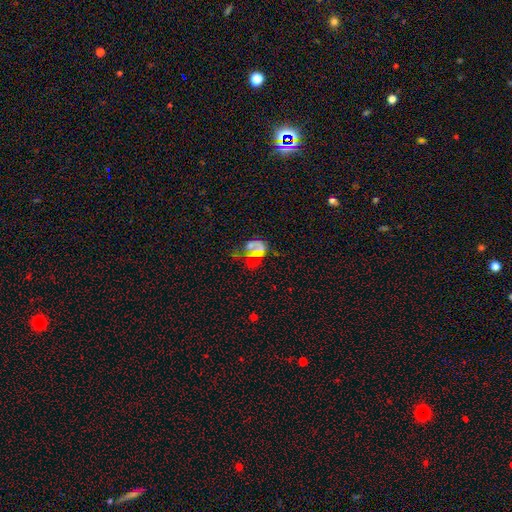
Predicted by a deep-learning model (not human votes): Smooth or featured? Predicted: smooth (p=0.38). Merging? Predicted: none (p=0.39).